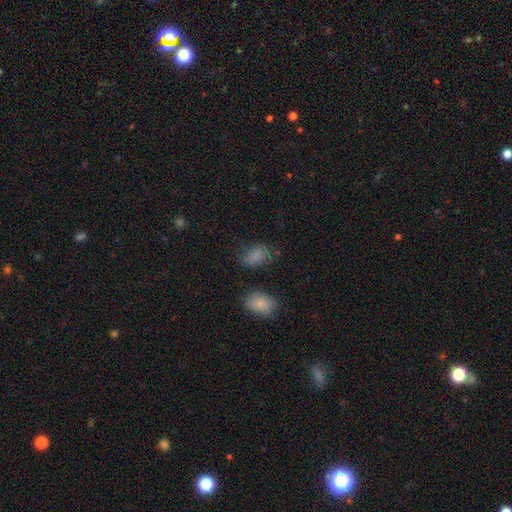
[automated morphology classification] A smooth galaxy with no disk features (83%) that is in between round and cigar-shaped (89%).

Vote fractions:
- Smooth or featured? smooth: 83% / star or artifact: 11% / featured or disk: 7%
- How rounded? in between: 89% / round: 9% / cigar-shaped: 2%
- Merging? none: 65% / minor disturbance: 23% / major disturbance: 8% / merger: 5%